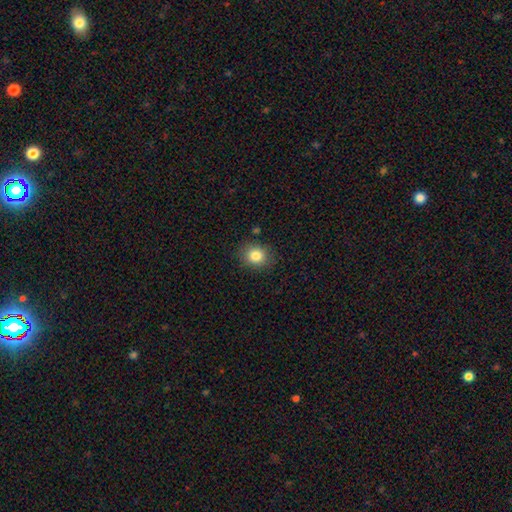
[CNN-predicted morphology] This appears to be a smooth galaxy with no disk features (84%) that is round (69%). Merging: none (85%).